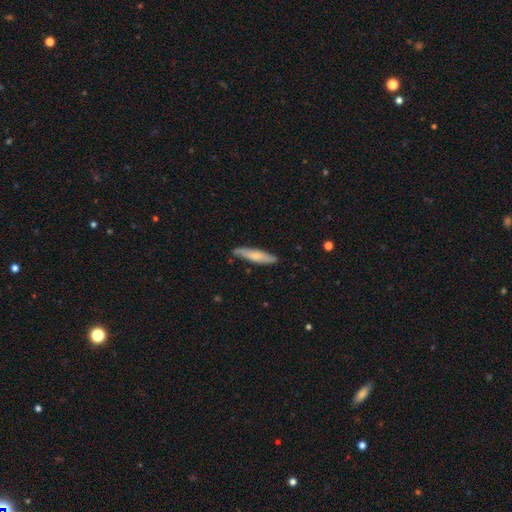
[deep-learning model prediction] smooth 65%, featured or disk 30%, star or artifact 5%. Down the decision tree: how rounded — cigar-shaped (83%); merging — none (81%).